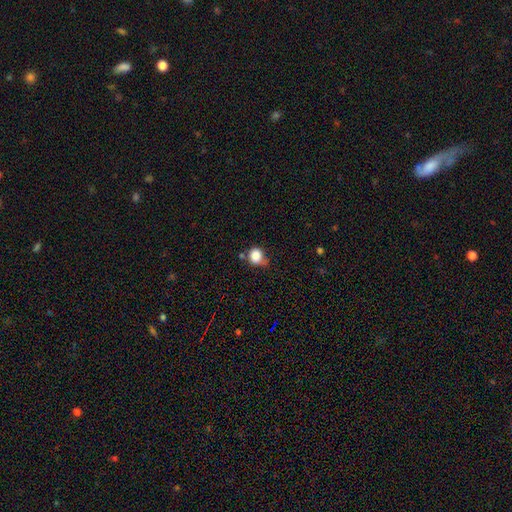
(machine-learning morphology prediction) A smooth galaxy with no disk features (85%) that is round (81%). Merging: none (52%).